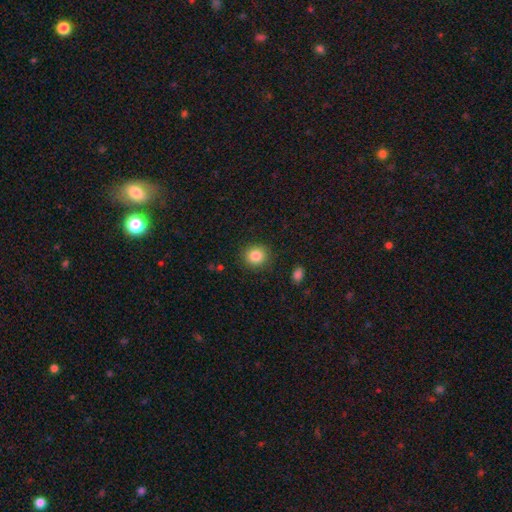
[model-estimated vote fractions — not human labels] Overall: smooth (85%). How rounded: round (88%). Merging: none (89%).